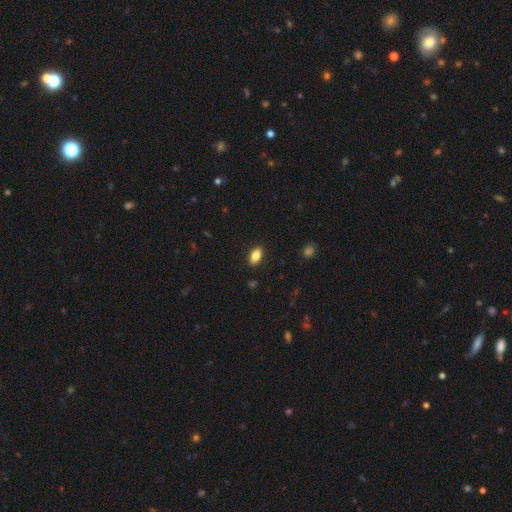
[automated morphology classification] Q: Smooth or featured?
A: smooth (83%); runner-up: featured or disk (9%)
Q: How rounded?
A: in between (89%); runner-up: cigar-shaped (6%)
Q: Merging?
A: none (89%); runner-up: minor disturbance (9%)